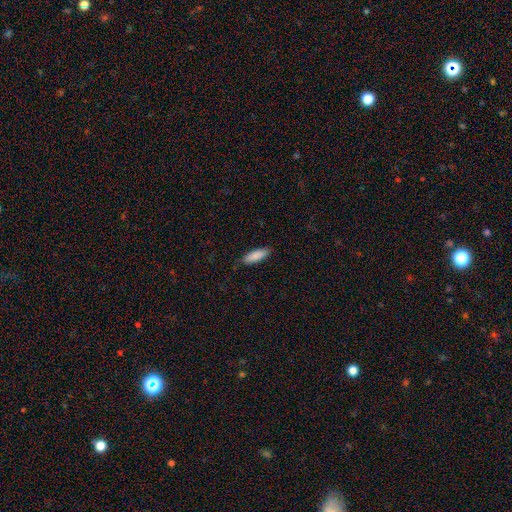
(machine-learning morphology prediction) type=smooth (88%); roundness=in between (54%); merging=none (86%).